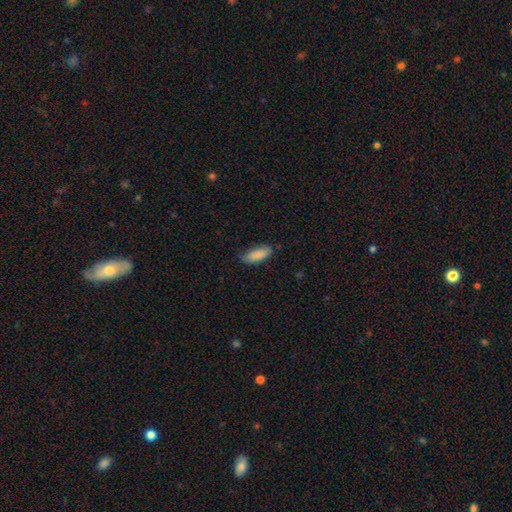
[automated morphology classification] The model was most divided on "how rounded": in between: 71%, cigar-shaped: 27%, round: 2%. More confident: smooth or featured — smooth (88%); merging — none (79%).